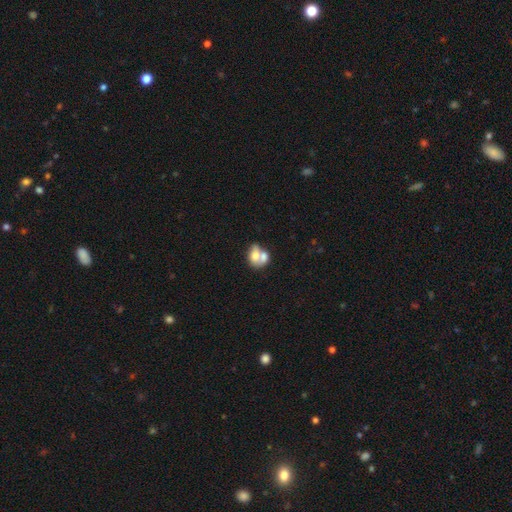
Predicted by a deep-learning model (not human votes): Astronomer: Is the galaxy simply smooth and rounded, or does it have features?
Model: smooth — 64%.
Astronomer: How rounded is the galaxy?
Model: in between — 60% (runner-up: round, 39%).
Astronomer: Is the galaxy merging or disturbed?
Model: merger — 69%.